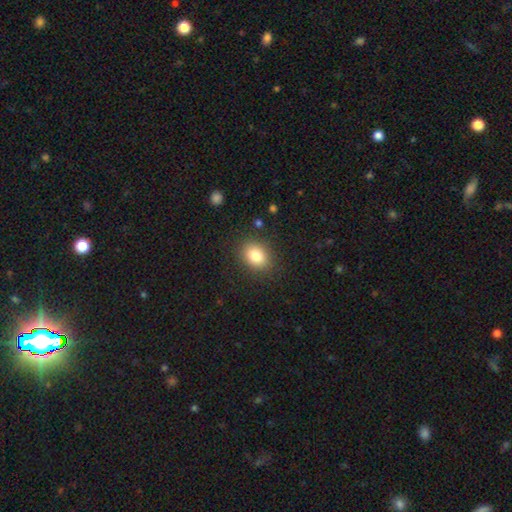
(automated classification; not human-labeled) smooth-or-featured: smooth: 83% | star or artifact: 10% | featured or disk: 7%
  how-rounded: in between: 54% | round: 45% | cigar-shaped: 1%
  merging: none: 86% | minor disturbance: 9% | major disturbance: 3% | merger: 1%